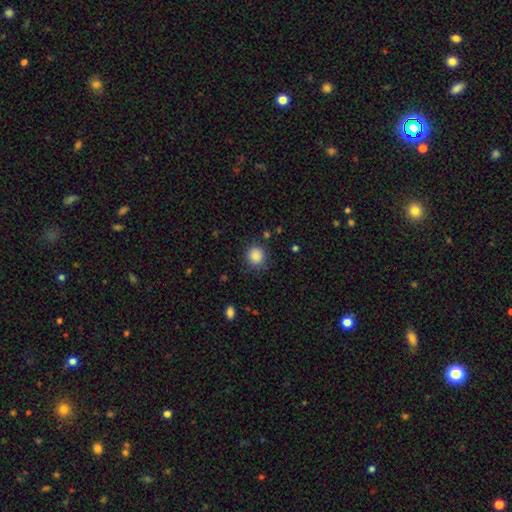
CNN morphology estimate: The model was most divided on "merging": none: 83%, minor disturbance: 11%, major disturbance: 4%, merger: 2%. More confident: smooth or featured — smooth (87%); how rounded — round (87%).